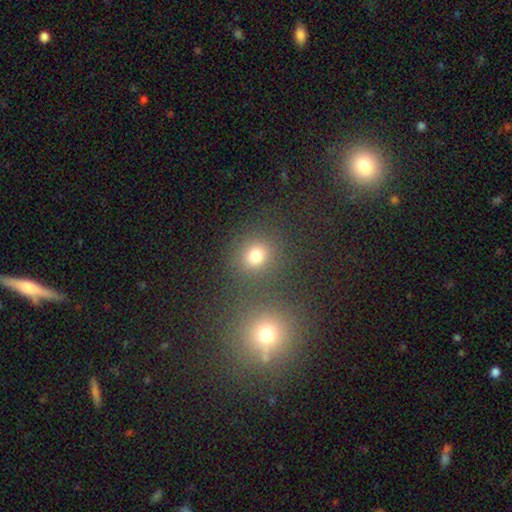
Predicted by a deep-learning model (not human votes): A smooth galaxy with no disk features (74%) that is round (83%). Merging: none (73%).